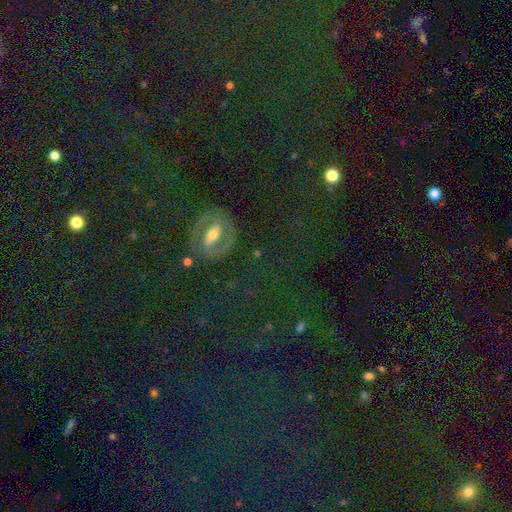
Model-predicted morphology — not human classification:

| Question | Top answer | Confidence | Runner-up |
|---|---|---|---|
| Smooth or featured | star or artifact | 54% | smooth (30%) |